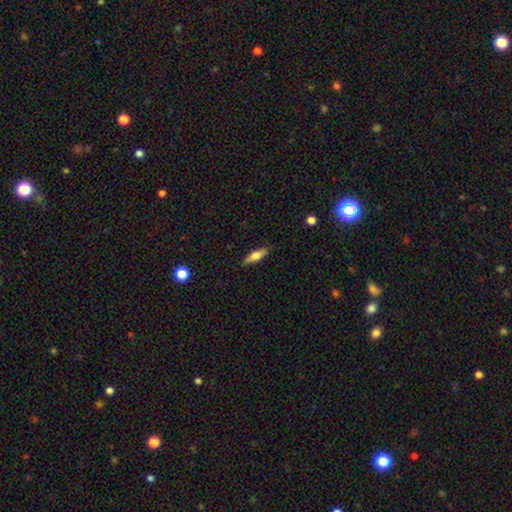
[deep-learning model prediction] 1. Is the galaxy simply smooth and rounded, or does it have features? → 49% smooth, 44% featured or disk, 6% star or artifact.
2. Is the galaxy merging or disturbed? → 88% none, 9% minor disturbance, 2% major disturbance, 1% merger.